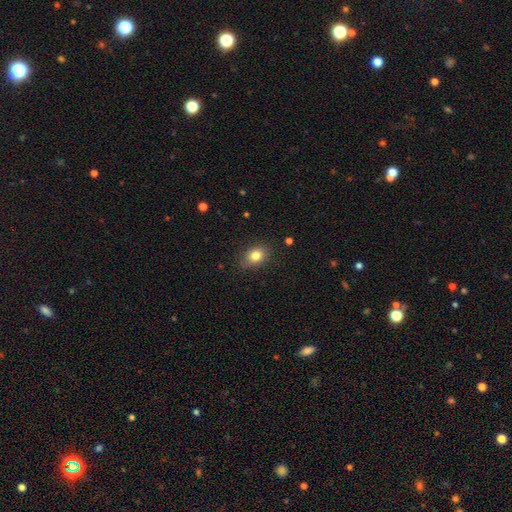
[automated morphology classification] smooth-or-featured: smooth: 82% | star or artifact: 10% | featured or disk: 8%
  how-rounded: in between: 65% | round: 34% | cigar-shaped: 1%
  merging: none: 84% | minor disturbance: 12% | major disturbance: 3% | merger: 1%